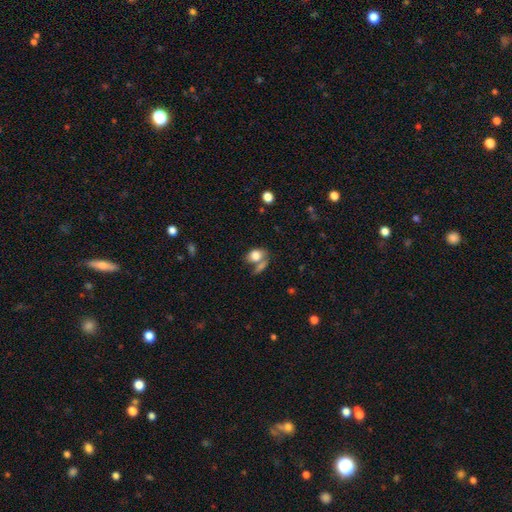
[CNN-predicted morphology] This appears to be a smooth galaxy with no disk features (79%) that is in between round and cigar-shaped (75%). Merging: merger (40%).